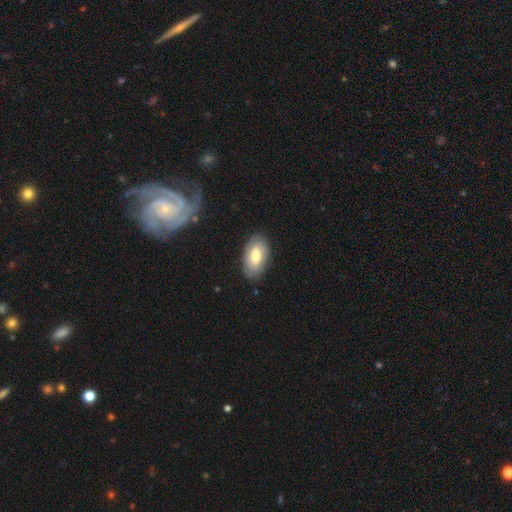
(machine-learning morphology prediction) smooth 67%, featured or disk 27%, star or artifact 6%. Down the decision tree: how rounded — in between (94%); merging — none (83%).